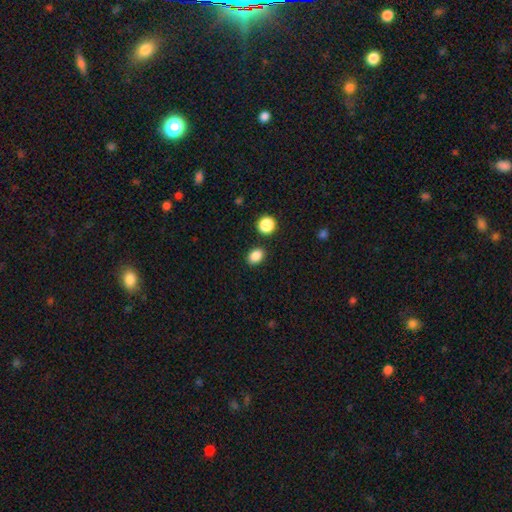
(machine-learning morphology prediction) This is clearly a smooth galaxy (87%). How rounded: likely in between (69%). Merging: clearly none (86%).